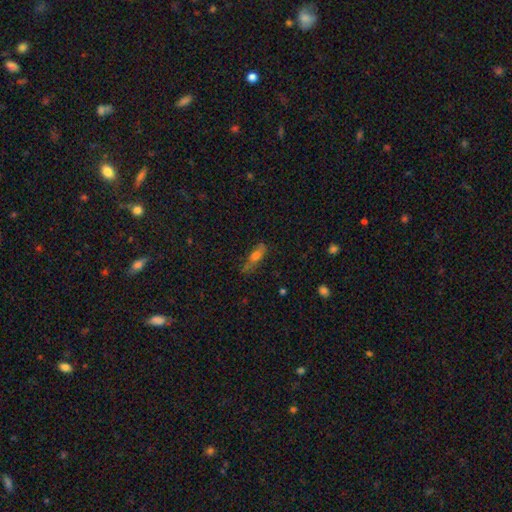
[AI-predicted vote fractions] The model was most divided on "how rounded": in between: 49%, cigar-shaped: 47%, round: 4%. More confident: merging — none (62%); smooth or featured — smooth (56%).